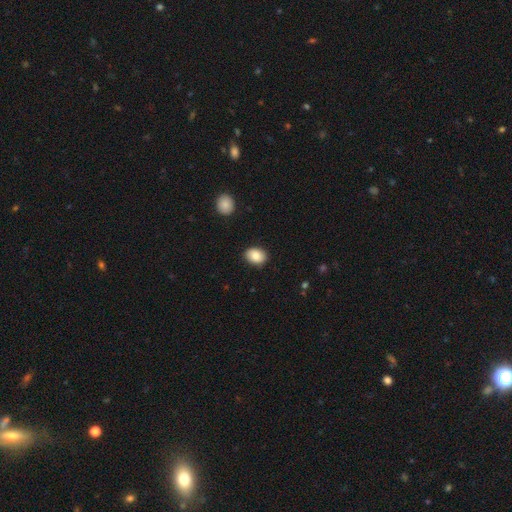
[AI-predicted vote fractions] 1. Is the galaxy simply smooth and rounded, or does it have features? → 85% smooth, 8% star or artifact, 7% featured or disk.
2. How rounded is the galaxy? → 64% in between, 35% round, 1% cigar-shaped.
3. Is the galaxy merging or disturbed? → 89% none, 8% minor disturbance, 2% major disturbance, 1% merger.